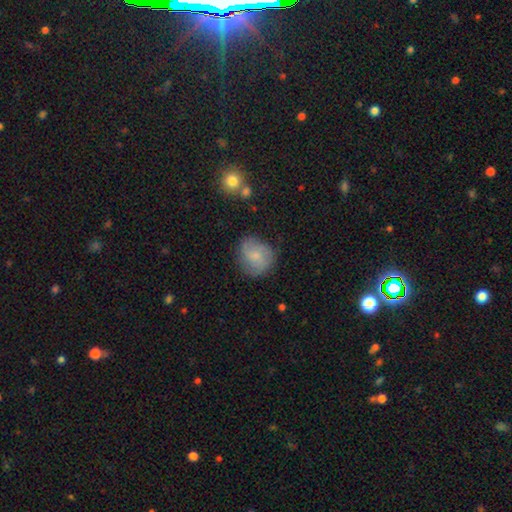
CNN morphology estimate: smooth 61%, featured or disk 31%, star or artifact 8%. Down the decision tree: how rounded — round (76%); merging — none (68%).